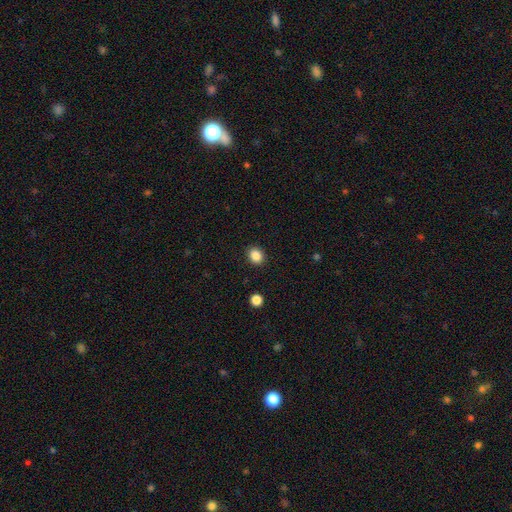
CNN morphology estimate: A smooth galaxy with no disk features (86%) that is round (57%). Merging: none (90%).